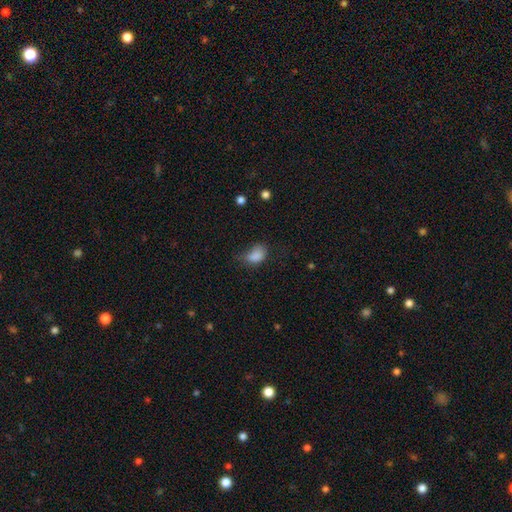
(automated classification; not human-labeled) The model was most divided on "merging": none: 38%, minor disturbance: 37%, major disturbance: 22%, merger: 3%. More confident: smooth or featured — smooth (83%); how rounded — in between (82%).